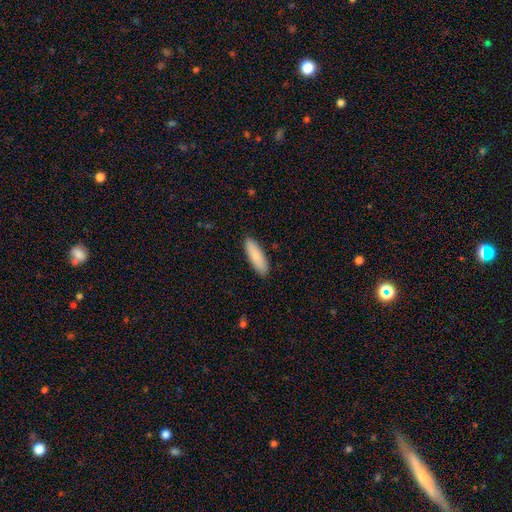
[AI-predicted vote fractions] smooth-or-featured: smooth: 86% | featured or disk: 8% | star or artifact: 6%
  how-rounded: cigar-shaped: 55% | in between: 43% | round: 1%
  merging: none: 90% | minor disturbance: 8% | major disturbance: 2% | merger: 1%